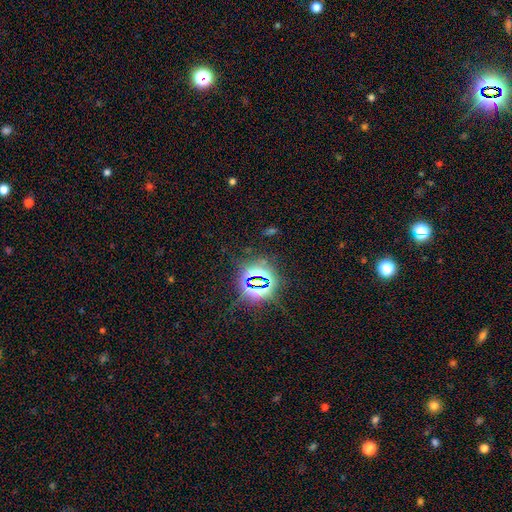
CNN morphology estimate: smooth_or_featured: star or artifact (p=0.79) [alt: smooth p=0.13]